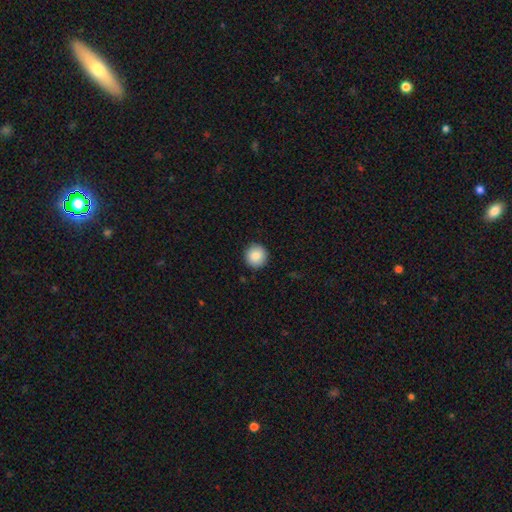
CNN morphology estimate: Smooth or featured?
  - smooth: 88% *
  - star or artifact: 8%
  - featured or disk: 4%
How rounded?
  - round: 95% *
  - in between: 4%
  - cigar-shaped: 1%
Merging?
  - none: 92% *
  - minor disturbance: 5%
  - major disturbance: 2%
  - merger: 1%